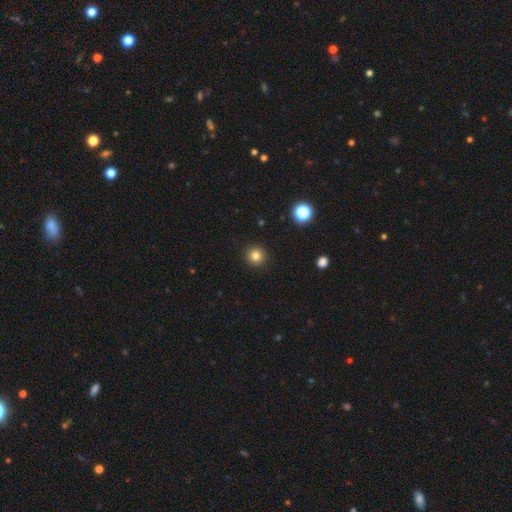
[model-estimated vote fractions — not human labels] smooth_or_featured: smooth (p=0.81) [alt: star or artifact p=0.13]
how_rounded: round (p=0.95) [alt: in between p=0.04]
merging: none (p=0.93) [alt: minor disturbance p=0.05]